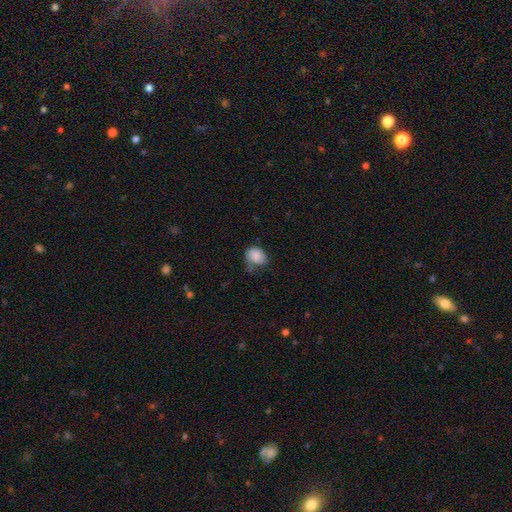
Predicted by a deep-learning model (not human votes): Q: Smooth or featured?
A: smooth (79%); runner-up: featured or disk (13%)
Q: How rounded?
A: in between (59%); runner-up: round (40%)
Q: Merging?
A: none (43%); runner-up: minor disturbance (36%)